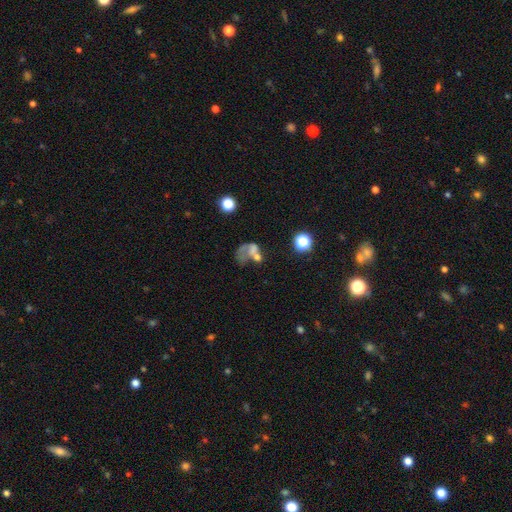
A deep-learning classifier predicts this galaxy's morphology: type=smooth (41%); merging=major disturbance (36%).